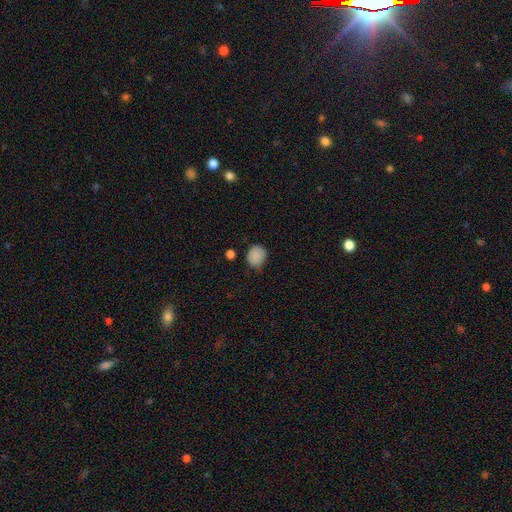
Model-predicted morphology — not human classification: smooth 86%, star or artifact 9%, featured or disk 4%. Down the decision tree: how rounded — round (73%); merging — none (65%).